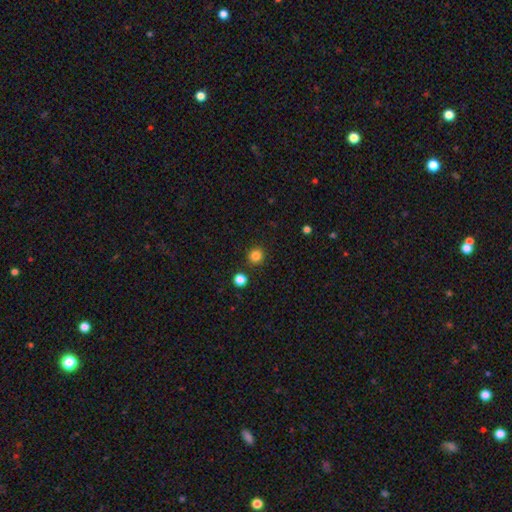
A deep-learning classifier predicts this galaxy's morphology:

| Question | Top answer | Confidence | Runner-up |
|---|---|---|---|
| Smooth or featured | smooth | 83% | star or artifact (13%) |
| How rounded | round | 93% | in between (6%) |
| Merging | none | 89% | minor disturbance (6%) |